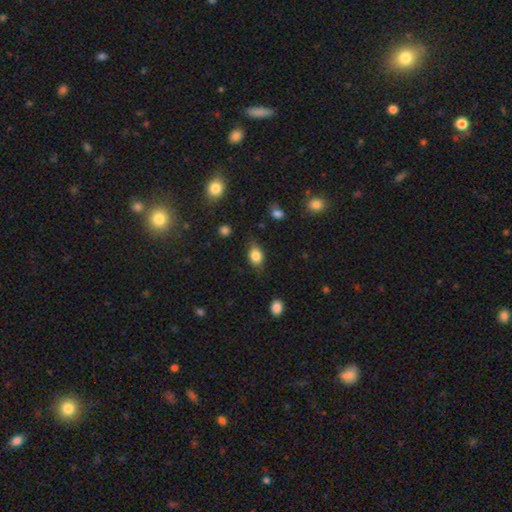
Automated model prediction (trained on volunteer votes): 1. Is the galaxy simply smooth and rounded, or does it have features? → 81% smooth, 11% featured or disk, 8% star or artifact.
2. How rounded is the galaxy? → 77% in between, 21% round, 2% cigar-shaped.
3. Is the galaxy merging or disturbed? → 71% none, 22% minor disturbance, 5% major disturbance, 2% merger.